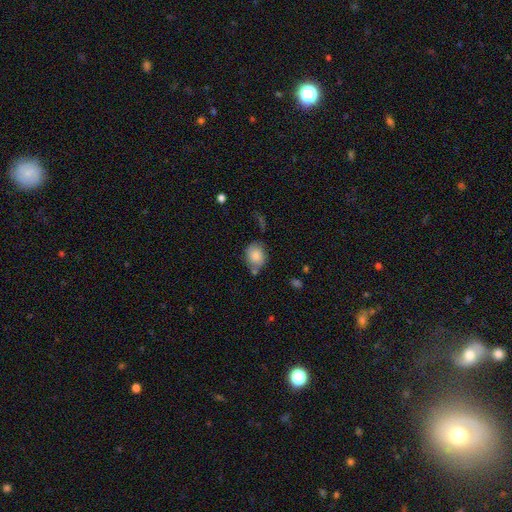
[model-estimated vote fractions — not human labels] Smooth or featured?
  - smooth: 80% *
  - featured or disk: 12%
  - star or artifact: 8%
How rounded?
  - round: 56% *
  - in between: 43%
  - cigar-shaped: 1%
Merging?
  - none: 59% *
  - minor disturbance: 22%
  - merger: 12%
  - major disturbance: 7%